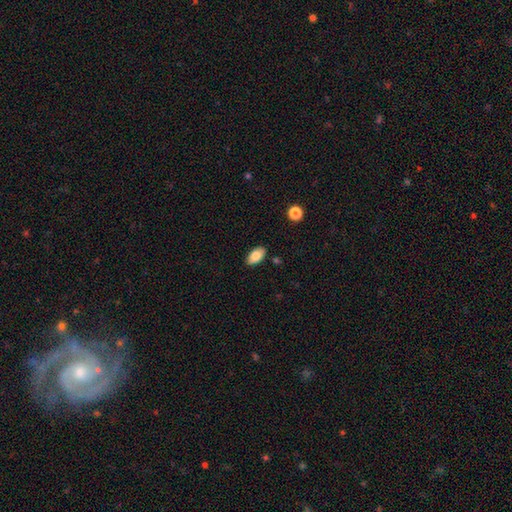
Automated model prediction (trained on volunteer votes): smooth 83%, featured or disk 10%, star or artifact 7%. Down the decision tree: how rounded — in between (94%); merging — none (86%).